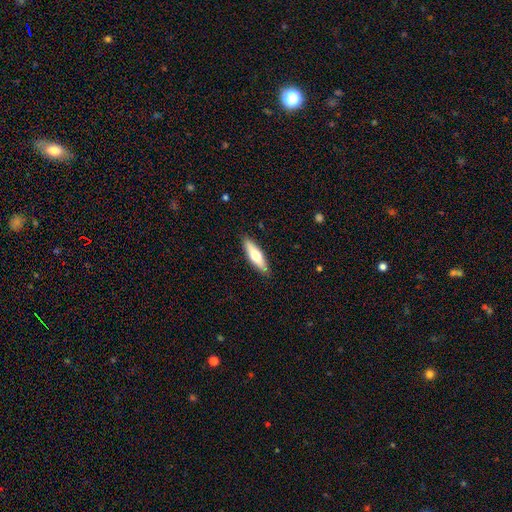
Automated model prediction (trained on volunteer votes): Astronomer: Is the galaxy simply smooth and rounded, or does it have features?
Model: smooth — 59% (runner-up: featured or disk, 36%).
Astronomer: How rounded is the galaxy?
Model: cigar-shaped — 61% (runner-up: in between, 38%).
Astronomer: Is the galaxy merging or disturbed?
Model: none — 89%.